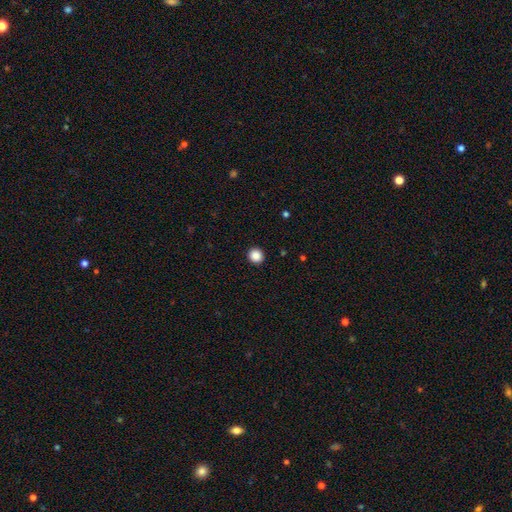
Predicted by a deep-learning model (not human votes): Smooth or featured? Predicted: smooth (p=0.87). How rounded? Predicted: round (p=0.92). Merging? Predicted: none (p=0.93).